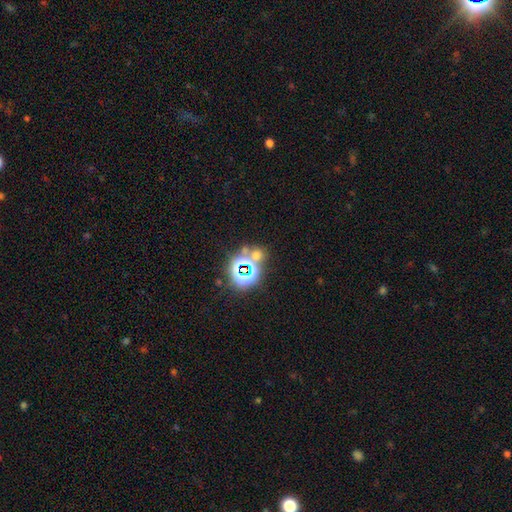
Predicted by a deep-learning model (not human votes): The model was most divided on "smooth or featured": star or artifact: 50%, smooth: 41%, featured or disk: 9%.